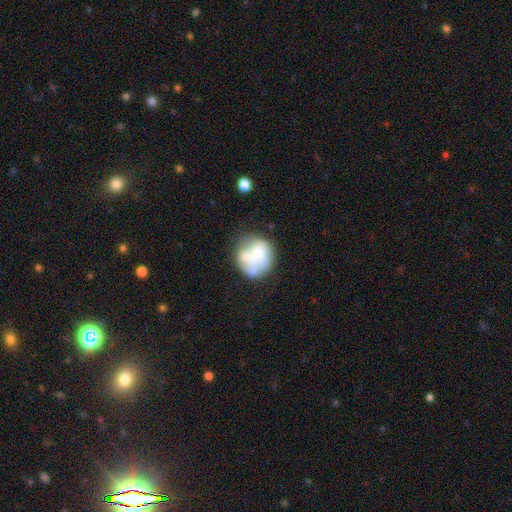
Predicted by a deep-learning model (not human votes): This appears to be a smooth galaxy with no disk features (50%). Merging: none (45%).